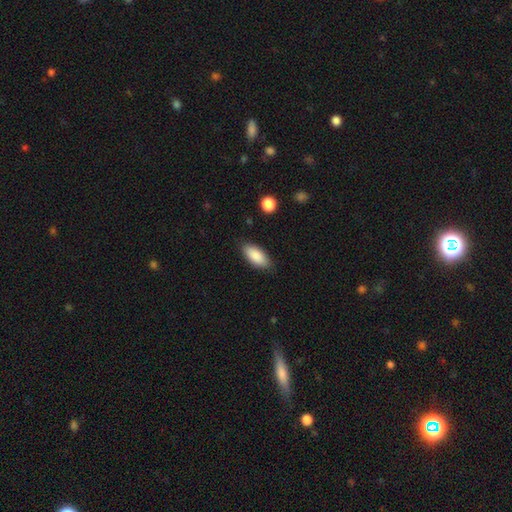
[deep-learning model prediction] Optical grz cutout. It shows a smooth galaxy with no disk features (87%) that is in between round and cigar-shaped (87%). Merging: none (85%).